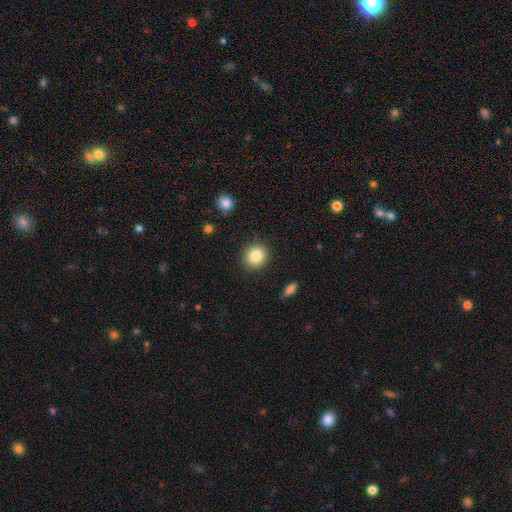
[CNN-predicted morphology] This is clearly a smooth galaxy (86%). How rounded: clearly round (83%). Merging: clearly none (88%).